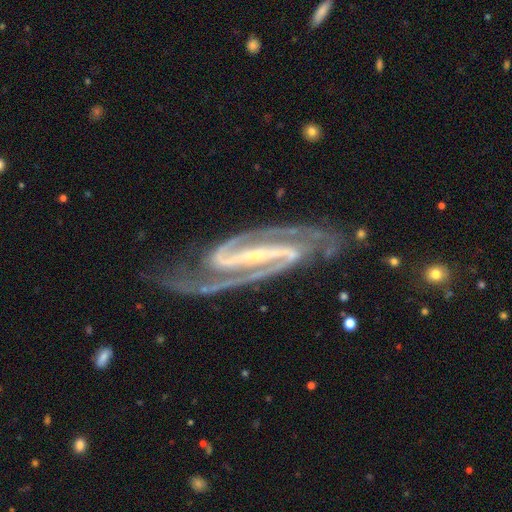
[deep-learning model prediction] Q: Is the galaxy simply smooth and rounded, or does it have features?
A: featured or disk — 95%.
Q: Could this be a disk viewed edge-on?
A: no — 96%.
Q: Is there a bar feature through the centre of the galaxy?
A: strong — 78%.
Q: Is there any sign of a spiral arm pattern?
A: yes — 99%.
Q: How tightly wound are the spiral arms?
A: medium — 54%.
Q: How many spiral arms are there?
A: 2 — 94%.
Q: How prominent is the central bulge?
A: small — 79%.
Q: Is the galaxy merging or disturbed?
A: none — 77%.